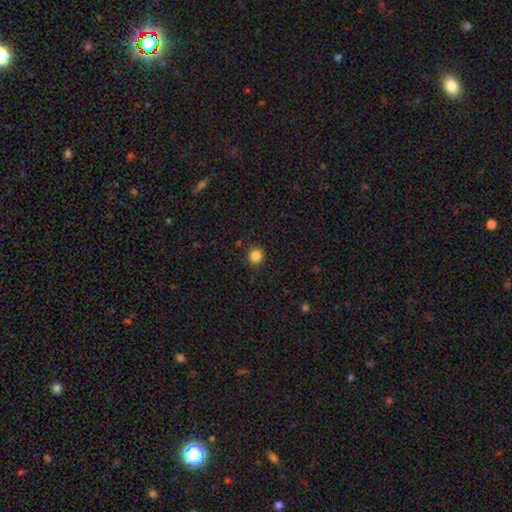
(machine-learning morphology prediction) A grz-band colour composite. It shows a smooth galaxy with no disk features (84%) that is round (86%). Merging: none (89%).